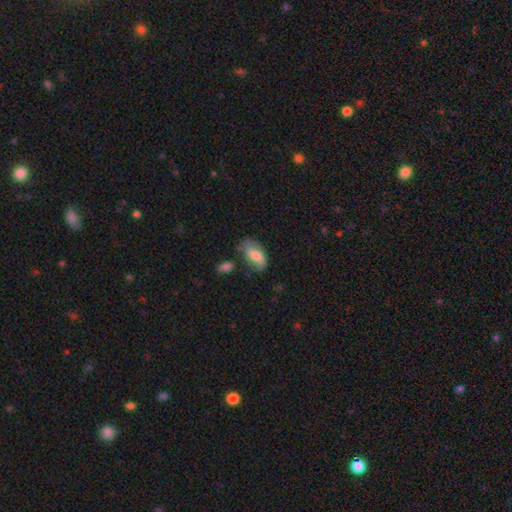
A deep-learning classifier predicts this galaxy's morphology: A featured or disk galaxy (47%).

Vote fractions:
- Smooth or featured? featured or disk: 47% / smooth: 46% / star or artifact: 7%
- Merging? none: 61% / minor disturbance: 25% / major disturbance: 8% / merger: 5%